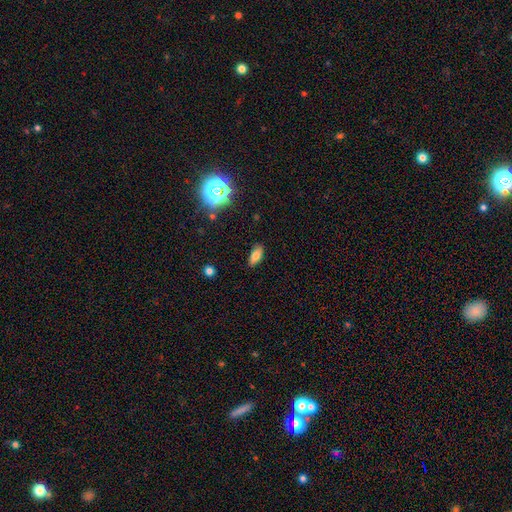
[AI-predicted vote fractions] Smooth or featured? Predicted: smooth (p=0.76). How rounded? Predicted: in between (p=0.85). Merging? Predicted: none (p=0.86).